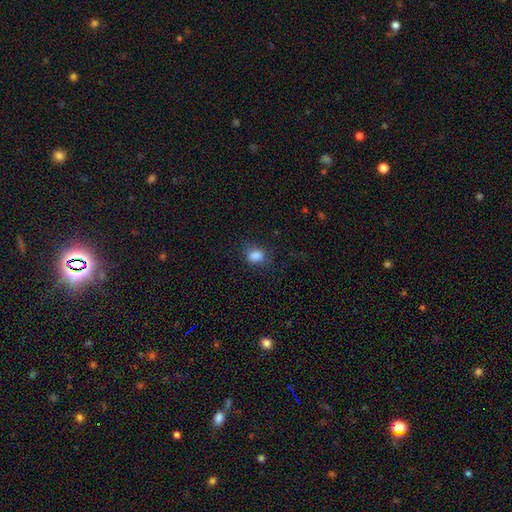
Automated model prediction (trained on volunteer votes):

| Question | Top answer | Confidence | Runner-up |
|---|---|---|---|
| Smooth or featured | smooth | 84% | star or artifact (11%) |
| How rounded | in between | 59% | round (40%) |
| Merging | none | 72% | minor disturbance (19%) |